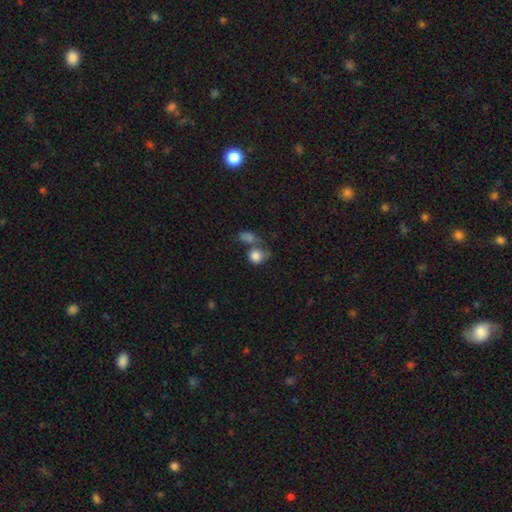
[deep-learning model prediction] smooth_or_featured: smooth (p=0.83) [alt: star or artifact p=0.09]
how_rounded: round (p=0.69) [alt: in between p=0.29]
merging: merger (p=0.38) [alt: none p=0.37]